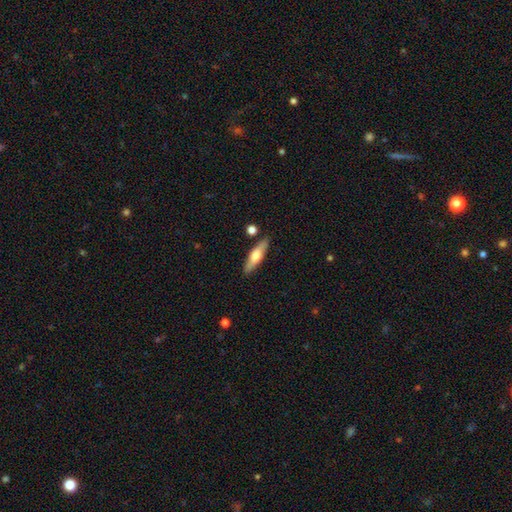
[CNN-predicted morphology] Smooth or featured? Predicted: smooth (p=0.52). How rounded? Predicted: cigar-shaped (p=0.68). Merging? Predicted: none (p=0.86).